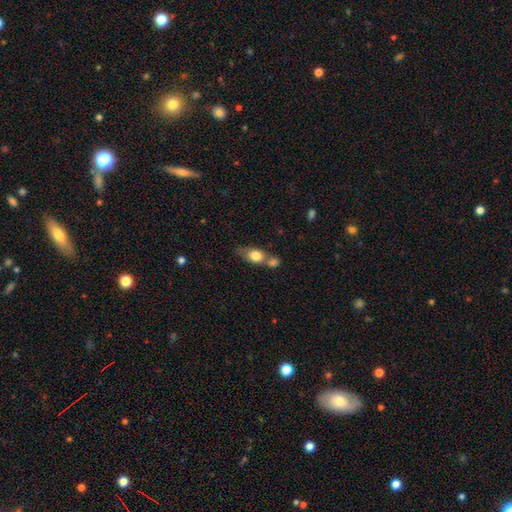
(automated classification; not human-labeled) Q: Smooth or featured?
A: smooth (75%); runner-up: featured or disk (17%)
Q: How rounded?
A: in between (66%); runner-up: round (25%)
Q: Merging?
A: merger (50%); runner-up: none (31%)